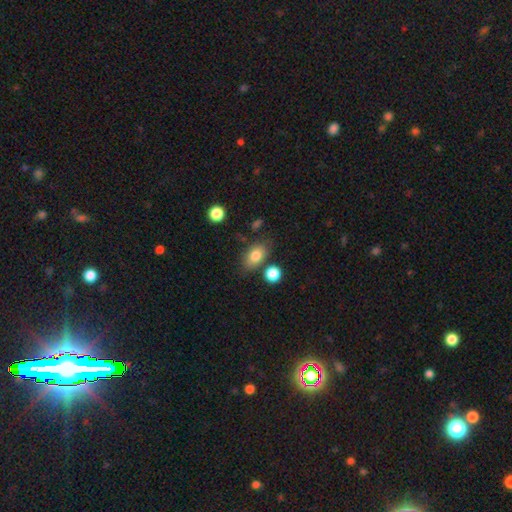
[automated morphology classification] Smooth or featured?
  - smooth: 82% *
  - featured or disk: 10%
  - star or artifact: 8%
How rounded?
  - in between: 85% *
  - round: 13%
  - cigar-shaped: 2%
Merging?
  - none: 74% *
  - minor disturbance: 14%
  - merger: 8%
  - major disturbance: 4%